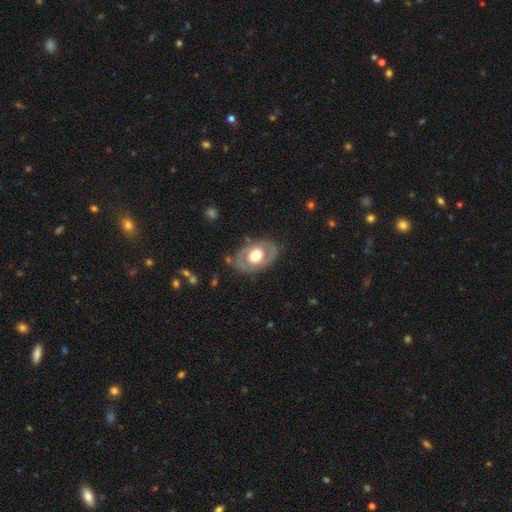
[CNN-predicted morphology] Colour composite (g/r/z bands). It shows a featured or disk galaxy (53%). Merging: none (78%).